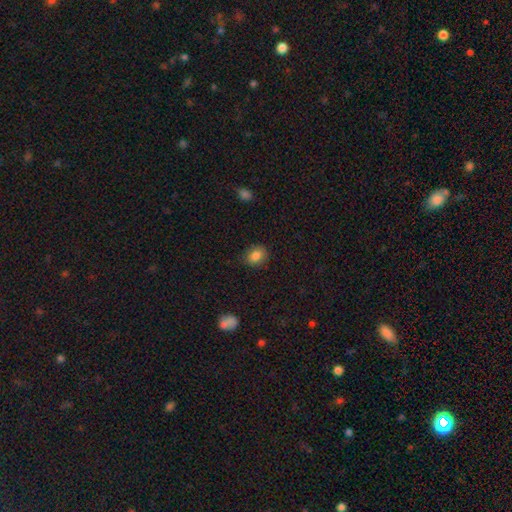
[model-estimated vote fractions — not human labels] smooth 85%, star or artifact 10%, featured or disk 6%. Down the decision tree: how rounded — in between (59%); merging — none (82%).